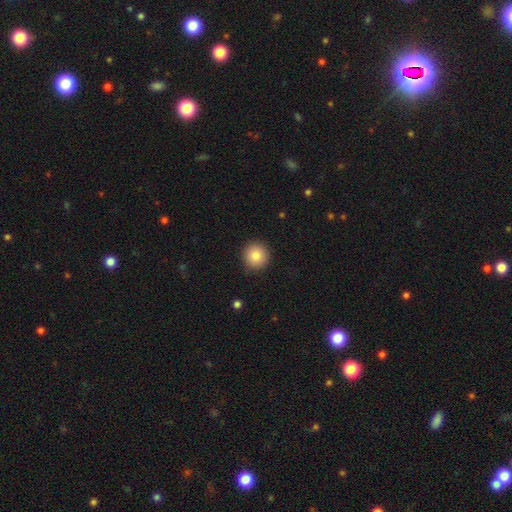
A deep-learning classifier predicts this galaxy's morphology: type=smooth (85%); roundness=round (94%); merging=none (91%).